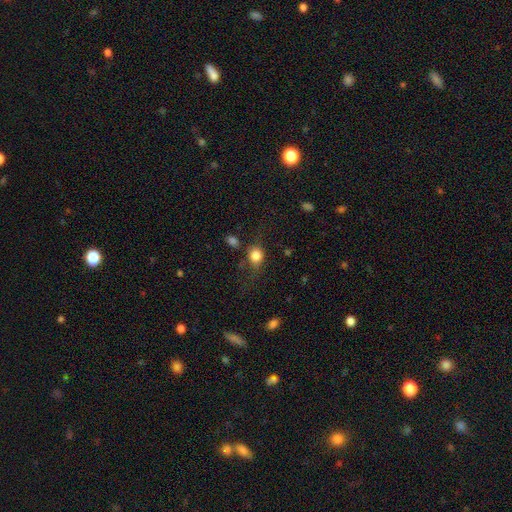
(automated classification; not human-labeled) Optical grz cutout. It shows a smooth galaxy with no disk features (80%) that is round (62%). Merging: none (58%).